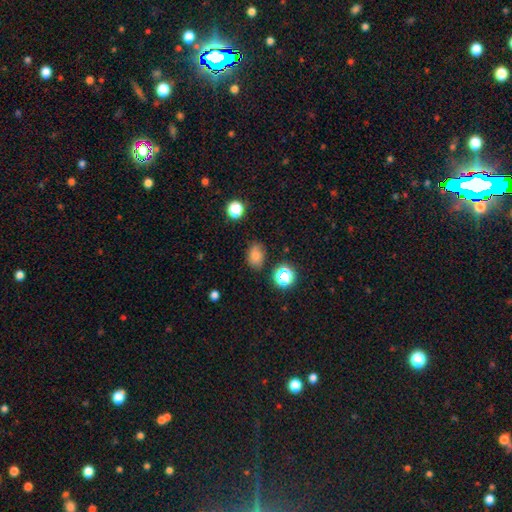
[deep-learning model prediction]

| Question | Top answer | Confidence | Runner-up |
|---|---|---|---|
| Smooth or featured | smooth | 79% | star or artifact (14%) |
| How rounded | in between | 70% | round (29%) |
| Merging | none | 77% | minor disturbance (16%) |